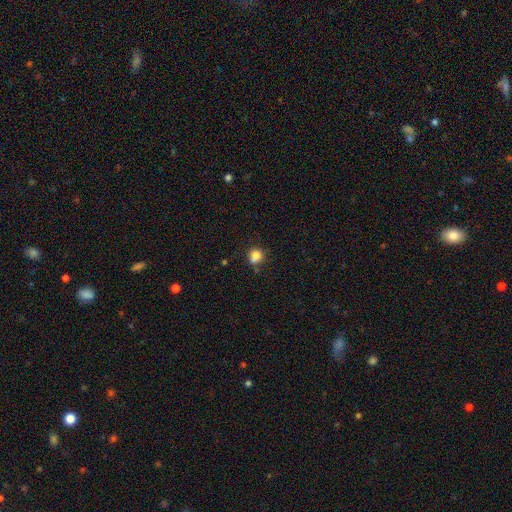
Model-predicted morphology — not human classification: type=smooth (80%); roundness=round (75%); merging=none (52%).